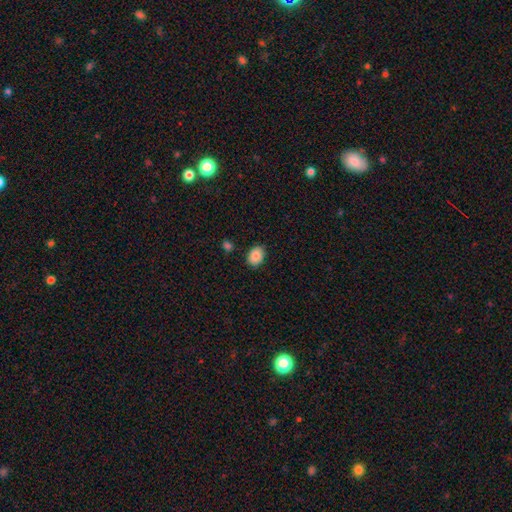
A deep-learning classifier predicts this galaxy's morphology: This appears to be a smooth galaxy with no disk features (87%) that is in between round and cigar-shaped (75%). Merging: none (85%).